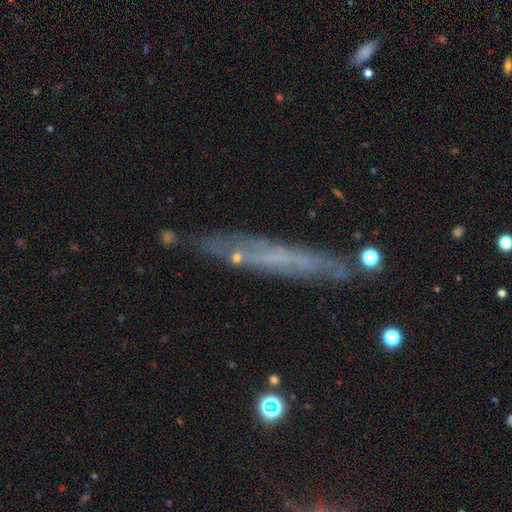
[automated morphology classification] Smooth or featured: featured or disk — 55% (smooth — 35%)
Edge-on disk: yes — 75% (no — 25%)
Merging: none — 76% (minor disturbance — 16%)